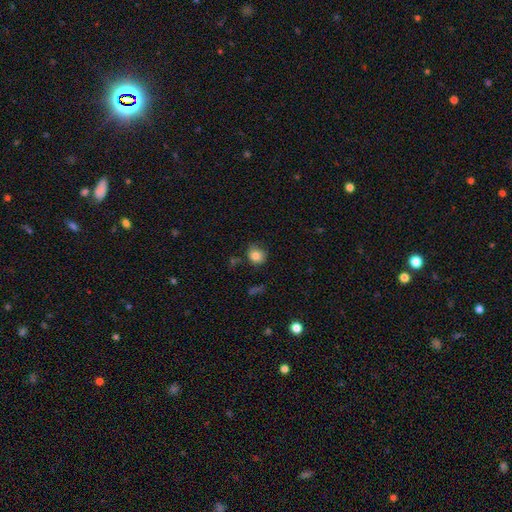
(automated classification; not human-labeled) Overall: smooth (84%). How rounded: round (80%). Merging: none (72%).